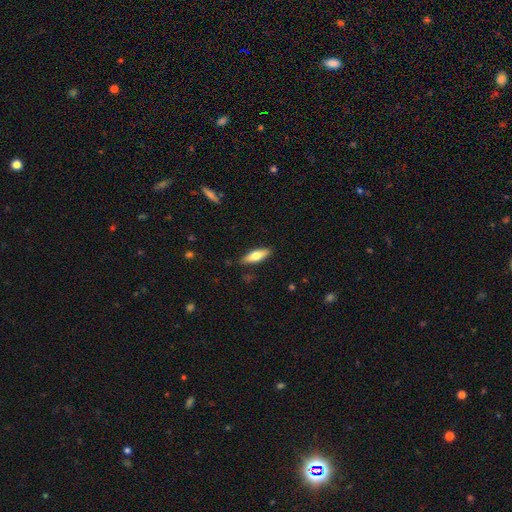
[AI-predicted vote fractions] smooth 64%, featured or disk 30%, star or artifact 6%. Down the decision tree: how rounded — in between (50%); merging — none (87%).